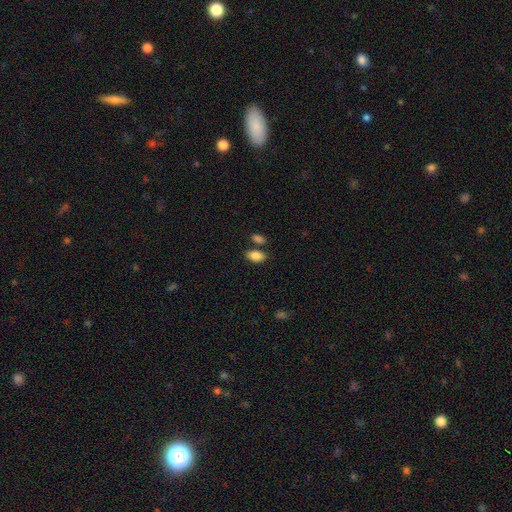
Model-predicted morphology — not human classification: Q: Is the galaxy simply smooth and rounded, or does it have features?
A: smooth — 86%.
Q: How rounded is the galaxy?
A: in between — 91%.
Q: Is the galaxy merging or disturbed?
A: none — 71%.